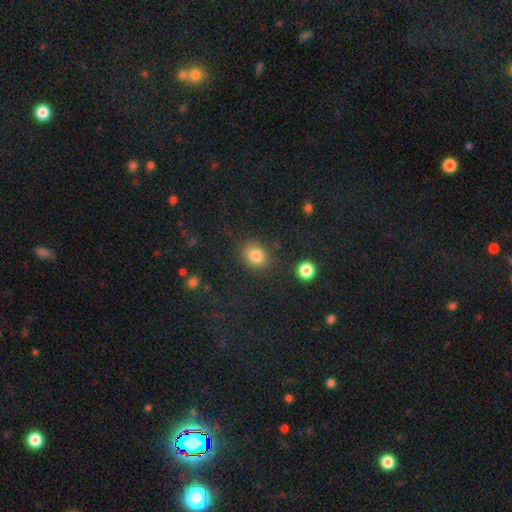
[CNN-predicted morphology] Overall: smooth (82%). How rounded: round (52%; in between 47%). Merging: none (82%).